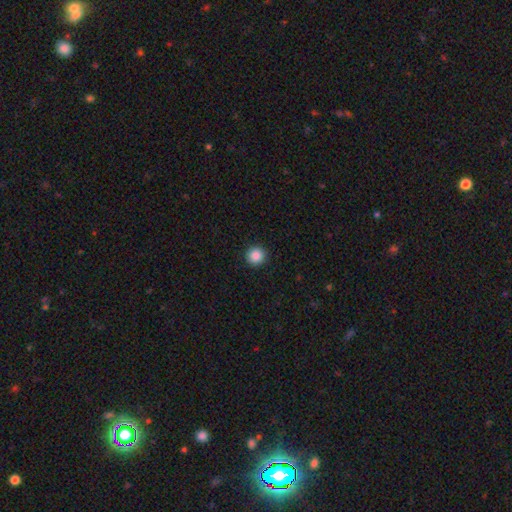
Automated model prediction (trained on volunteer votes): Smooth or featured? Predicted: smooth (p=0.88). How rounded? Predicted: round (p=0.95). Merging? Predicted: none (p=0.93).